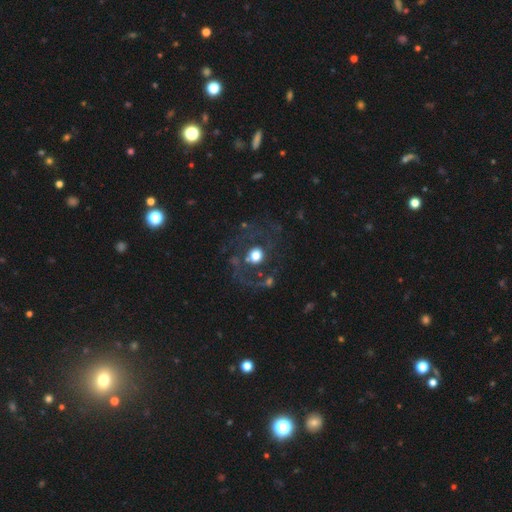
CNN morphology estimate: Q: Smooth or featured?
A: featured or disk (55%); runner-up: smooth (33%)
Q: Edge-on disk?
A: no (96%); runner-up: yes (4%)
Q: Bar?
A: no (81%); runner-up: weak (14%)
Q: Spiral arms?
A: yes (57%); runner-up: no (43%)
Q: Bulge size?
A: moderate (49%); runner-up: large (35%)
Q: Merging?
A: none (58%); runner-up: major disturbance (22%)